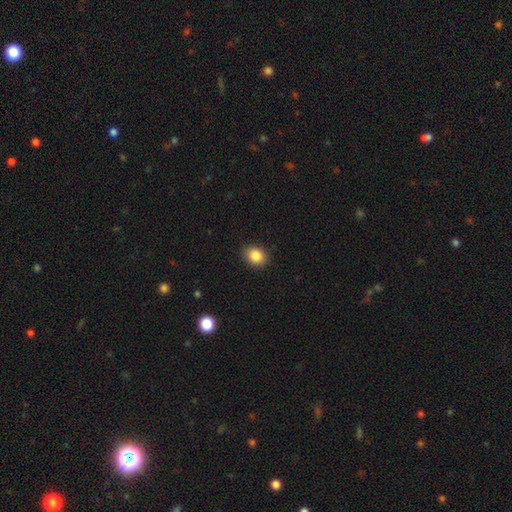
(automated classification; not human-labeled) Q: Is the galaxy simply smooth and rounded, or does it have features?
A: smooth — 86%.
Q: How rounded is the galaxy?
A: in between — 51%.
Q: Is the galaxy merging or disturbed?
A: none — 88%.